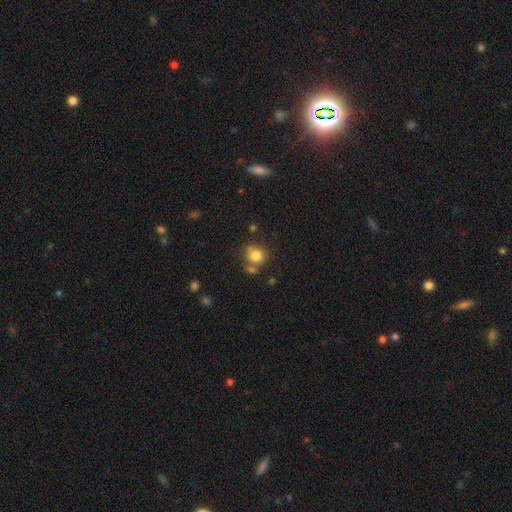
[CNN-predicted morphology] smooth-or-featured: smooth: 80% | star or artifact: 11% | featured or disk: 9%
  how-rounded: round: 80% | in between: 19% | cigar-shaped: 1%
  merging: none: 60% | merger: 19% | minor disturbance: 15% | major disturbance: 5%